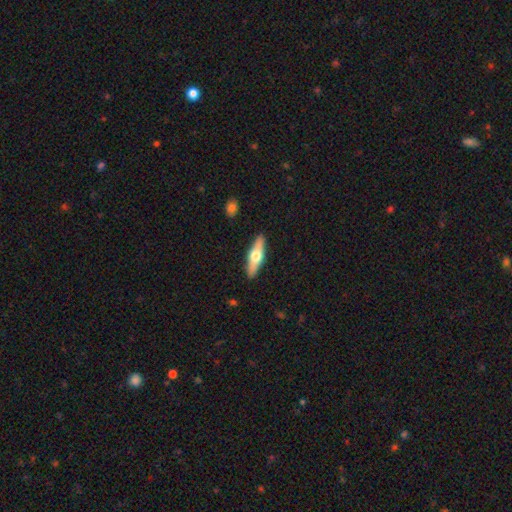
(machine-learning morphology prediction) type=featured or disk (52%); edge-on=yes (89%); merging=none (90%).